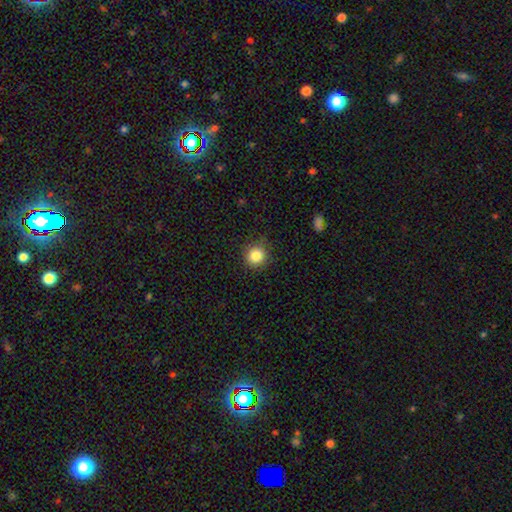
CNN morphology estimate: Smooth or featured: smooth — 84% (star or artifact — 11%)
How rounded: round — 90% (in between — 9%)
Merging: none — 85% (minor disturbance — 11%)